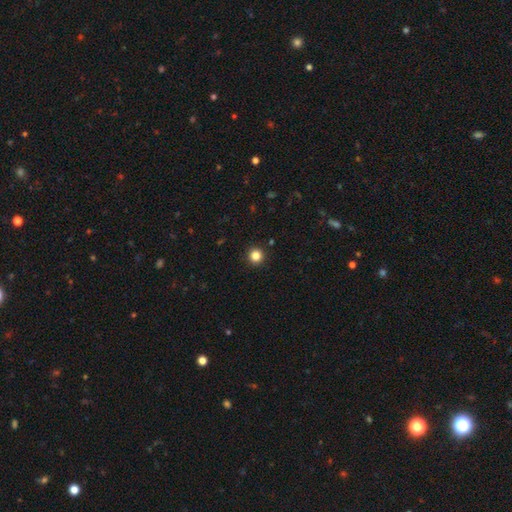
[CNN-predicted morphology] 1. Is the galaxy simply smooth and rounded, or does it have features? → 84% smooth, 12% star or artifact, 4% featured or disk.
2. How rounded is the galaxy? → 96% round, 3% in between, 1% cigar-shaped.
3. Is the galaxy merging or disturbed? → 93% none, 4% minor disturbance, 1% major disturbance, 1% merger.